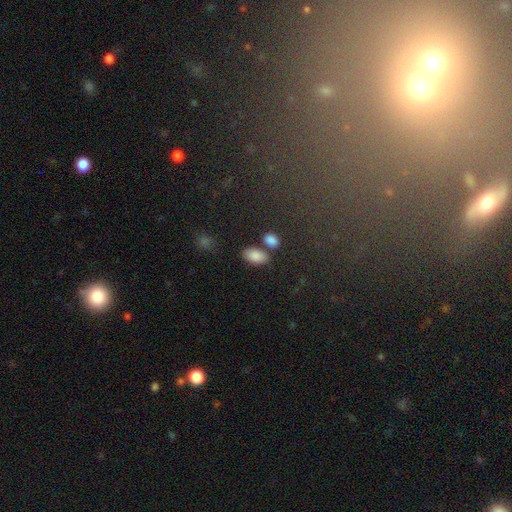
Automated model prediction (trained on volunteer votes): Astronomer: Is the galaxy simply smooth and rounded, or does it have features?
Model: smooth — 86%.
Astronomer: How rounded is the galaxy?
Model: in between — 93%.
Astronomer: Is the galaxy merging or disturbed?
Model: none — 68%.